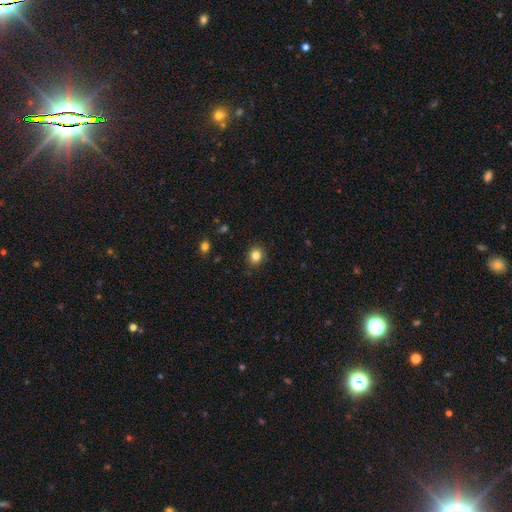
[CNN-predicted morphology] Overall: smooth (84%). How rounded: round (69%; in between 30%). Merging: none (86%).